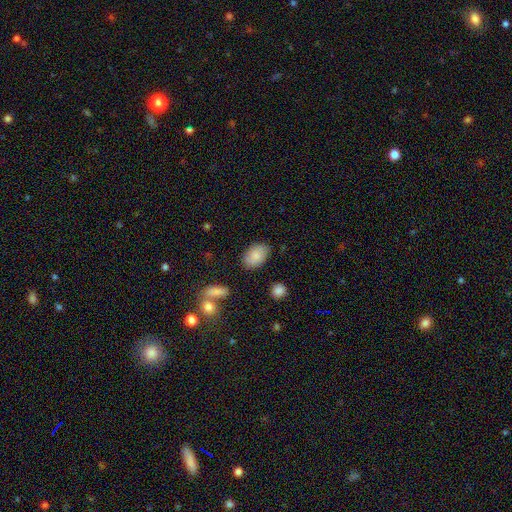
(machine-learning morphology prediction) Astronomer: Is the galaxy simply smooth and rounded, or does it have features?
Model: smooth — 84%.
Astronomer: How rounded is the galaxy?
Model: in between — 88%.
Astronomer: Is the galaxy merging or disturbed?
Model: none — 81%.